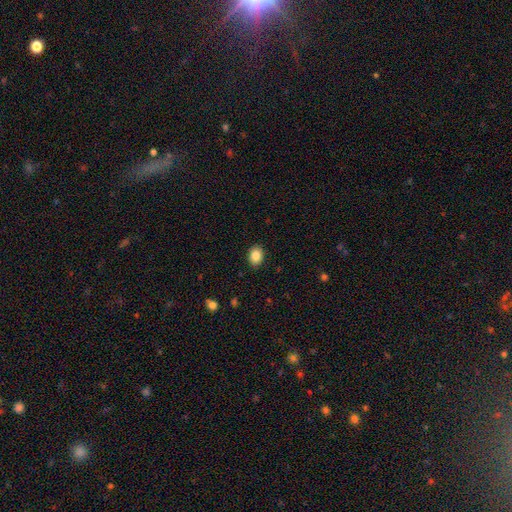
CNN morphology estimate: Smooth or featured? smooth (86%)
How rounded? in between (65%)
Merging? none (89%)